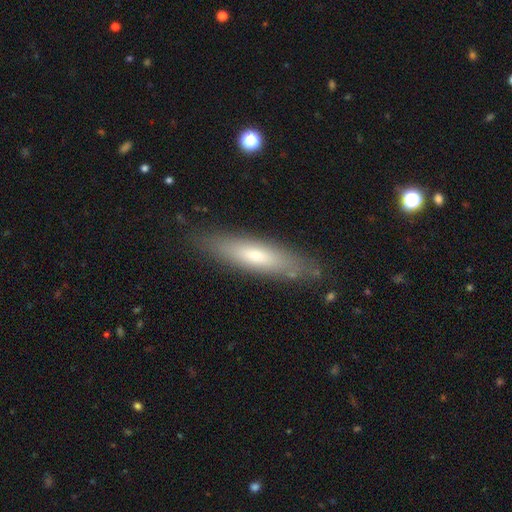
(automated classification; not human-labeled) smooth_or_featured: smooth (p=0.62) [alt: featured or disk p=0.31]
how_rounded: cigar-shaped (p=0.72) [alt: in between p=0.27]
merging: none (p=0.83) [alt: minor disturbance p=0.11]